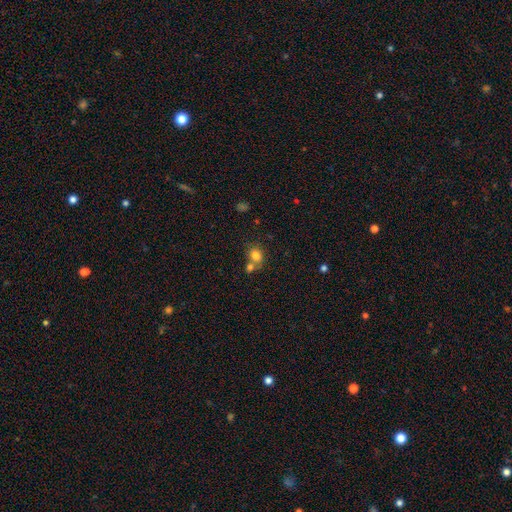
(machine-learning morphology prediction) This is likely a smooth galaxy (79%). How rounded: likely round (61%). Merging: possibly none (46%).